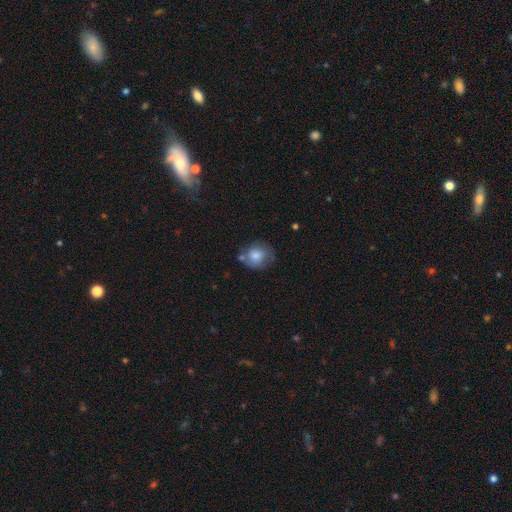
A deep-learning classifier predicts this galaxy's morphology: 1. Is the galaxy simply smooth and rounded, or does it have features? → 72% smooth, 19% featured or disk, 8% star or artifact.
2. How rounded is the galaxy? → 74% round, 25% in between, 1% cigar-shaped.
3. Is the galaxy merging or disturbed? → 56% none, 25% minor disturbance, 10% merger, 9% major disturbance.